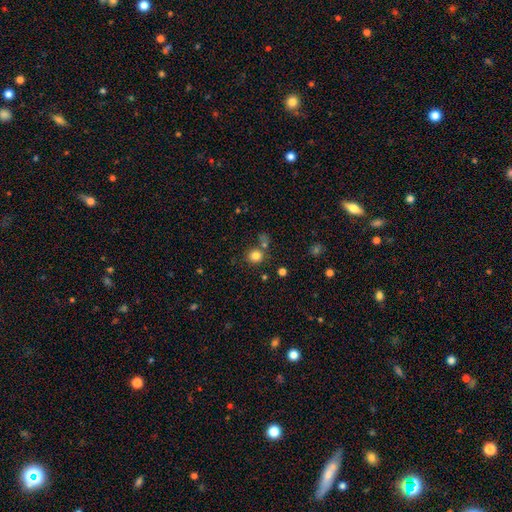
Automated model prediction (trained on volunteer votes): Smooth or featured? Predicted: smooth (p=0.81). How rounded? Predicted: round (p=0.86). Merging? Predicted: none (p=0.71).